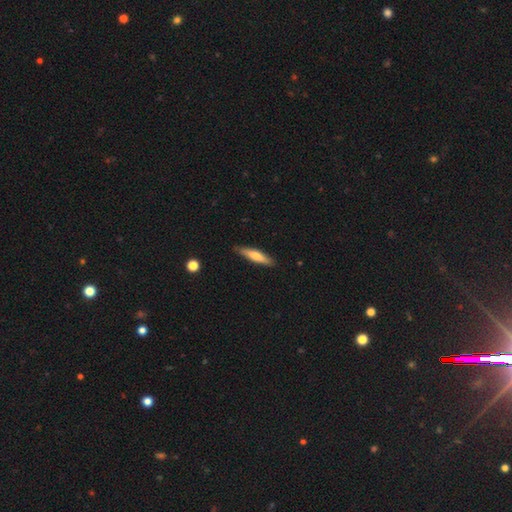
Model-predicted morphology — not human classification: smooth_or_featured: smooth (p=0.64) [alt: featured or disk p=0.31]
how_rounded: cigar-shaped (p=0.81) [alt: in between p=0.17]
merging: none (p=0.86) [alt: minor disturbance p=0.11]